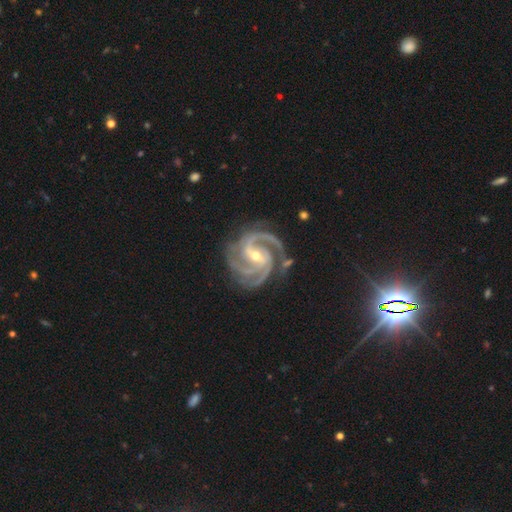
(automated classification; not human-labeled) Overall: featured or disk (94%). Edge-on disk: no (98%). Bar: strong (39%; weak 38%). Spiral arms: yes (99%). Spiral arm count: 3 (55%; 2 18%). Spiral winding: tight (55%; medium 41%). Bulge size: small (55%; moderate 43%). Merging: none (75%).